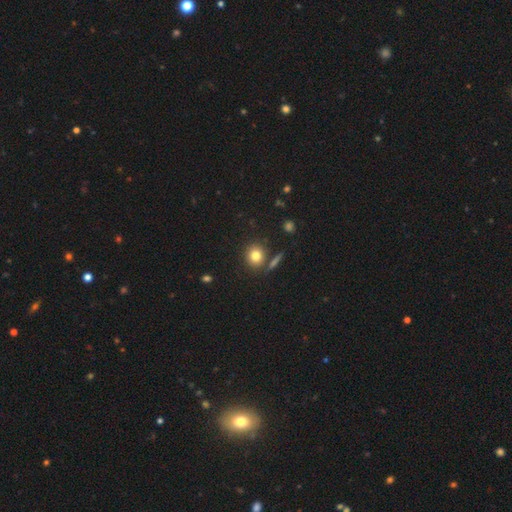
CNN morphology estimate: Smooth or featured: smooth — 80% (star or artifact — 11%)
How rounded: round — 80% (in between — 19%)
Merging: none — 79% (minor disturbance — 9%)